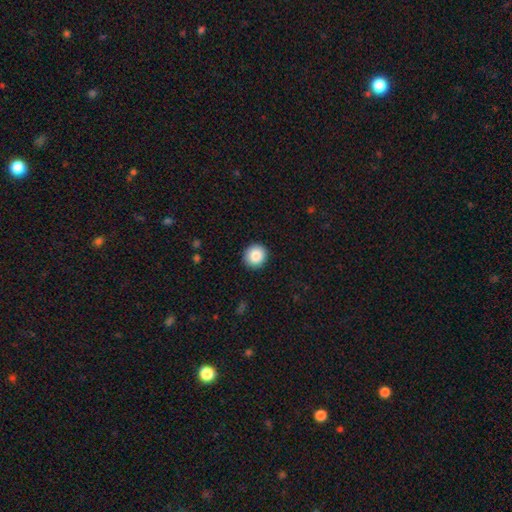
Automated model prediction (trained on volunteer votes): This appears to be a smooth galaxy with no disk features (87%) that is round (91%). Merging: none (91%).